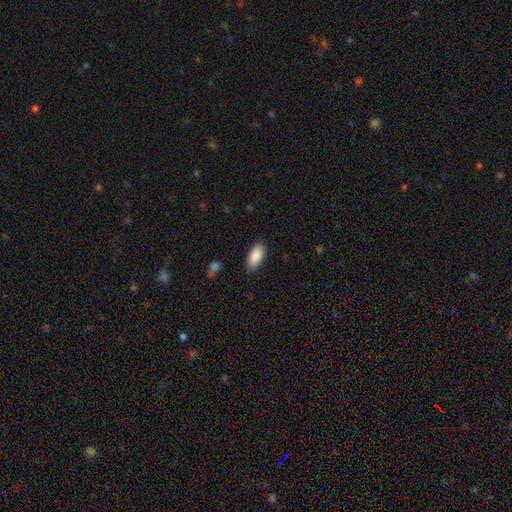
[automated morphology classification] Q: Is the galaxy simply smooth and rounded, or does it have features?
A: smooth — 89%.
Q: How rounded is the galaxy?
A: in between — 92%.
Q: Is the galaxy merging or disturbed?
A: none — 87%.